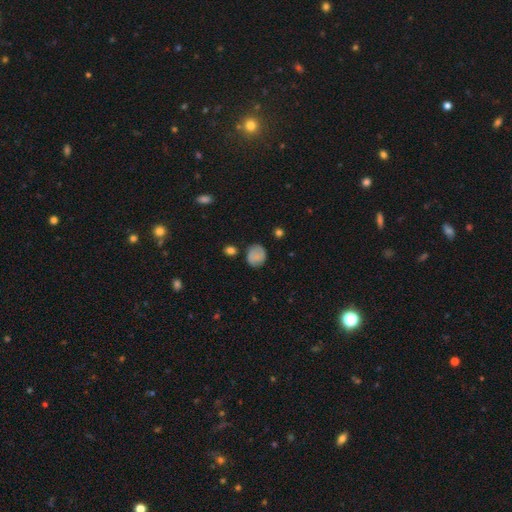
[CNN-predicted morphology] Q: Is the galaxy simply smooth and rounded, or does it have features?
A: smooth — 77%.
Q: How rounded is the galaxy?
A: round — 71%.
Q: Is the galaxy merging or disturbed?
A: none — 73%.